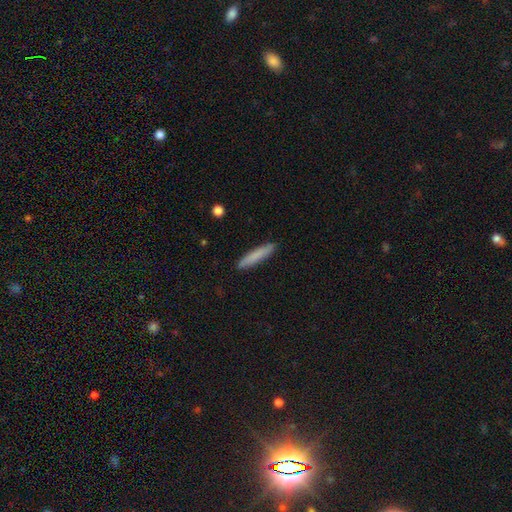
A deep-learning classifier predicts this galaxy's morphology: smooth-or-featured: smooth: 82% | featured or disk: 13% | star or artifact: 6%
  how-rounded: cigar-shaped: 92% | in between: 7% | round: 1%
  merging: none: 90% | minor disturbance: 7% | major disturbance: 1% | merger: 1%